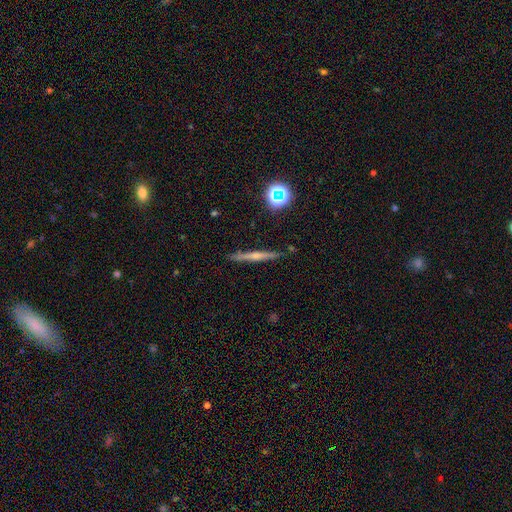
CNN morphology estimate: Smooth or featured? featured or disk (58%)
Edge-on disk? yes (97%)
Edge-on bulge? rounded (53%)
Merging? none (89%)